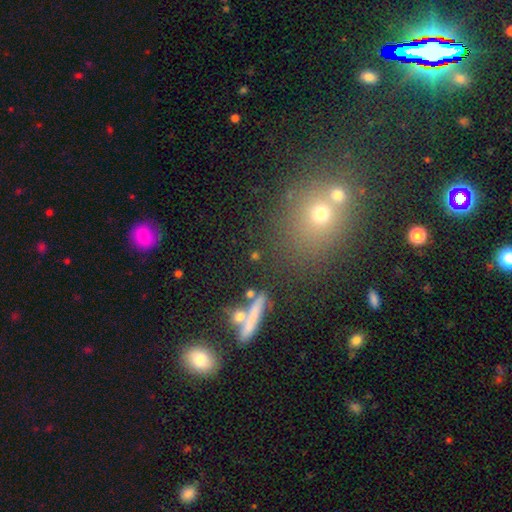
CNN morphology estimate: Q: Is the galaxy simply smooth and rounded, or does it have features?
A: smooth — 57%.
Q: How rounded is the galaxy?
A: round — 51%.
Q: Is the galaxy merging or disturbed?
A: none — 66%.